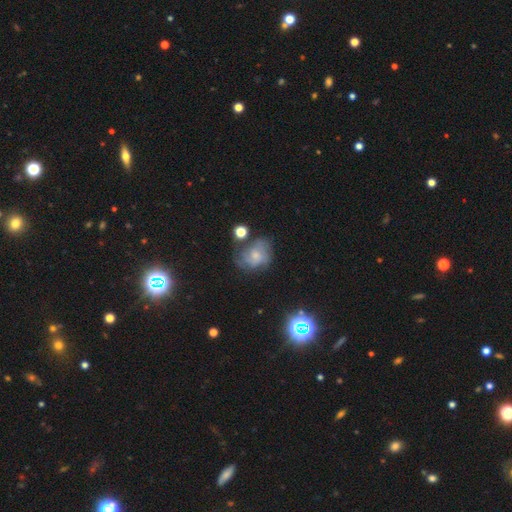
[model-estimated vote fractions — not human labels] This is possibly a featured or disk galaxy (53%). It is clearly not viewed edge-on (97%). Bar: likely no (73%). Spiral arm pattern: likely yes (75%). Central bulge: likely small (61%). Merging: possibly none (51%).